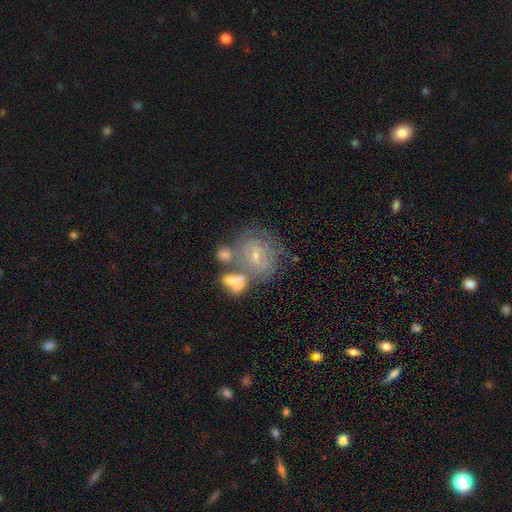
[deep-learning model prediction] Overall: featured or disk (71%). Edge-on disk: no (97%). Bar: weak (44%, tied with no). Spiral arms: yes (79%). Spiral arm count: can't tell (53%; 2 20%). Spiral winding: tight (69%). Bulge size: small (67%; moderate 27%). Merging: none (41%; merger 35%).